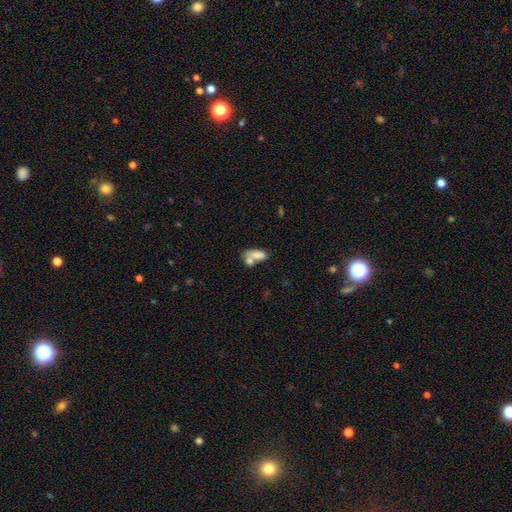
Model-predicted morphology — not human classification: The model was most divided on "merging": merger: 54%, none: 26%, minor disturbance: 12%, major disturbance: 8%. More confident: how rounded — in between (84%); smooth or featured — smooth (74%).